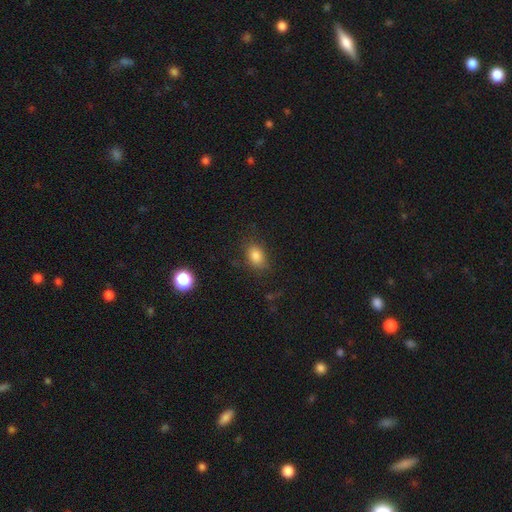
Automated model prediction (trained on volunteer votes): Q: Smooth or featured?
A: smooth (83%); runner-up: star or artifact (11%)
Q: How rounded?
A: in between (75%); runner-up: round (24%)
Q: Merging?
A: none (78%); runner-up: minor disturbance (15%)